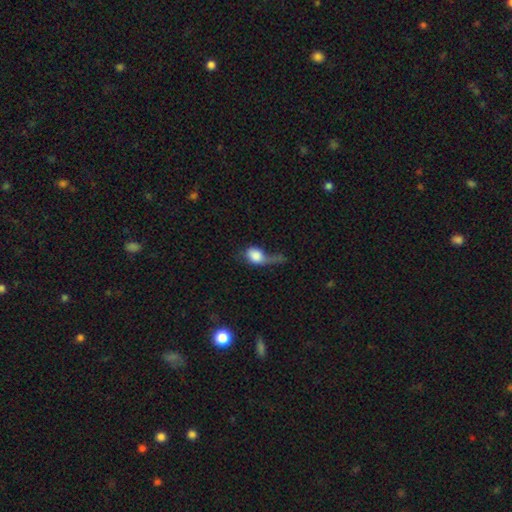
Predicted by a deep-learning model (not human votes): Smooth or featured: smooth — 74% (featured or disk — 18%)
How rounded: in between — 61% (round — 36%)
Merging: major disturbance — 54% (minor disturbance — 19%)